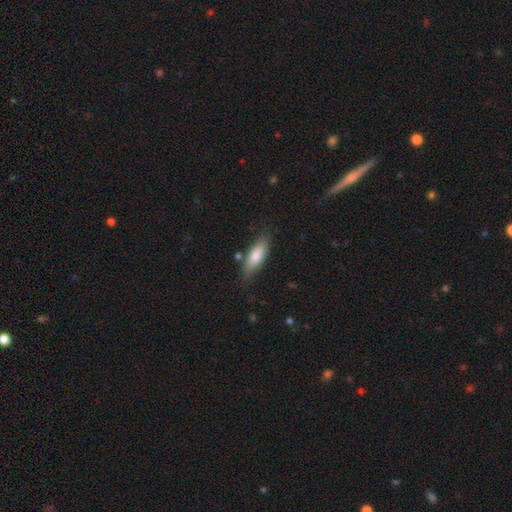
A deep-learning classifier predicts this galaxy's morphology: type=smooth (79%); roundness=in between (61%); merging=none (75%).